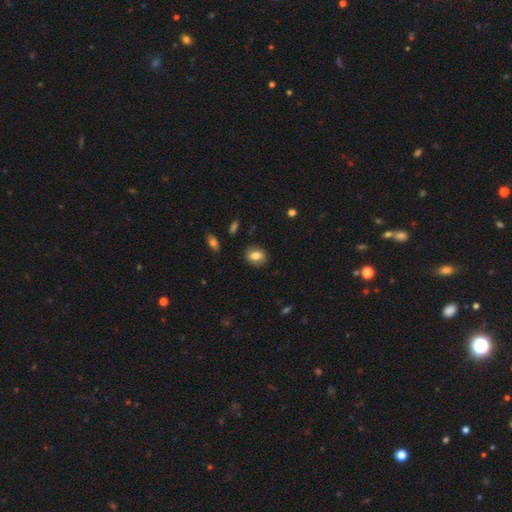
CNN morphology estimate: Smooth or featured?
  - smooth: 78% *
  - featured or disk: 13%
  - star or artifact: 9%
How rounded?
  - in between: 52% *
  - round: 47%
  - cigar-shaped: 1%
Merging?
  - none: 86% *
  - minor disturbance: 10%
  - major disturbance: 2%
  - merger: 1%